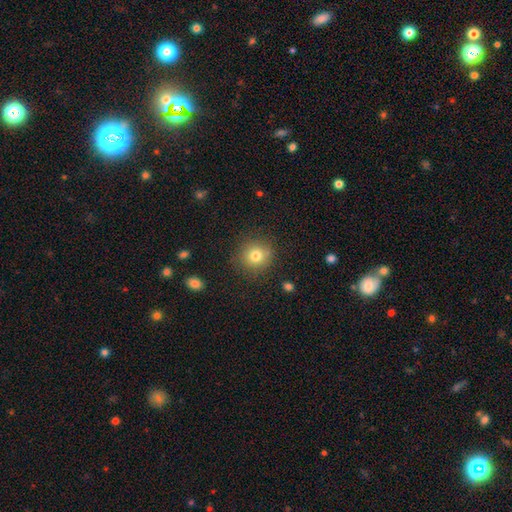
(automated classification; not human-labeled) This is likely a smooth galaxy (78%). How rounded: clearly round (91%). Merging: clearly none (86%).